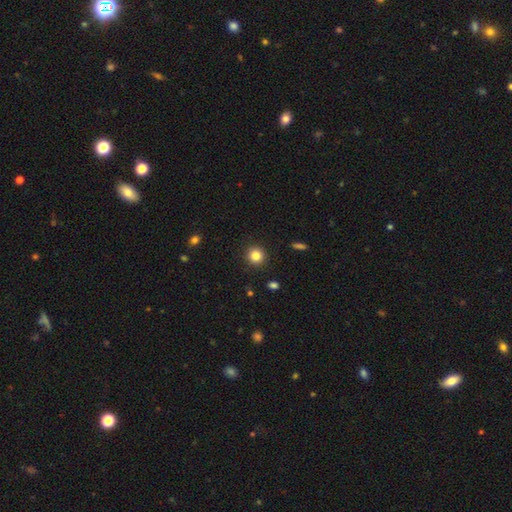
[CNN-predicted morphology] A smooth galaxy with no disk features (83%) that is round (93%).

Vote fractions:
- Smooth or featured? smooth: 83% / star or artifact: 11% / featured or disk: 6%
- How rounded? round: 93% / in between: 6% / cigar-shaped: 1%
- Merging? none: 92% / minor disturbance: 5% / major disturbance: 2% / merger: 1%